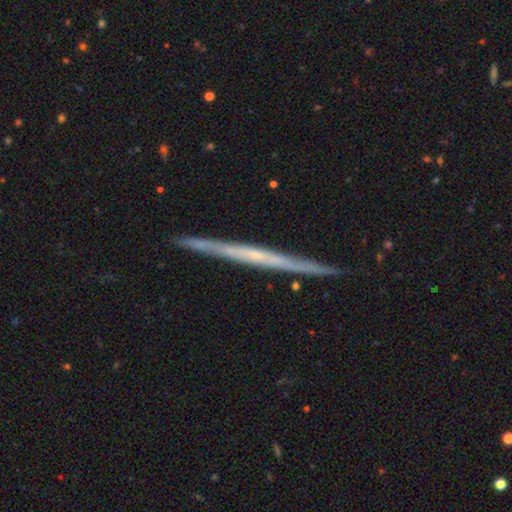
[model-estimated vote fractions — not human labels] featured or disk 74%, smooth 20%, star or artifact 6%. Down the decision tree: edge-on disk — yes (98%); edge-on bulge — none (73%); merging — none (90%).